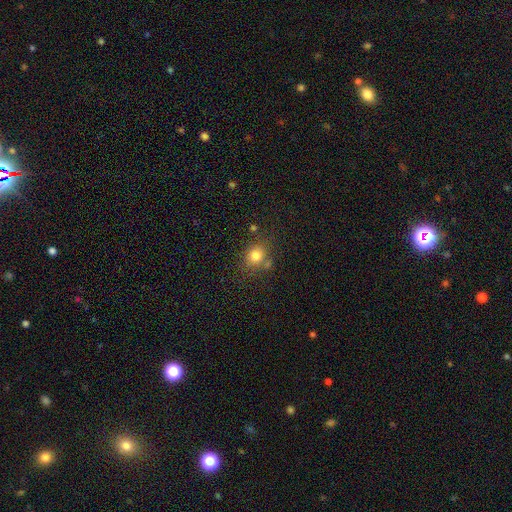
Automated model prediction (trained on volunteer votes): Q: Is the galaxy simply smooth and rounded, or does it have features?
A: smooth — 80%.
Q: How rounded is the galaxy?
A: round — 67%.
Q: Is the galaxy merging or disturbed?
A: none — 70%.